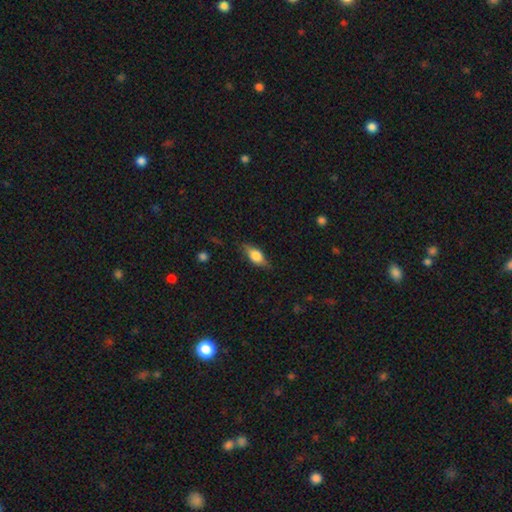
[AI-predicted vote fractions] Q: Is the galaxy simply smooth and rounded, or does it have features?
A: smooth — 62%.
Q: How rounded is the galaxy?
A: in between — 78%.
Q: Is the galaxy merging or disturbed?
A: none — 76%.